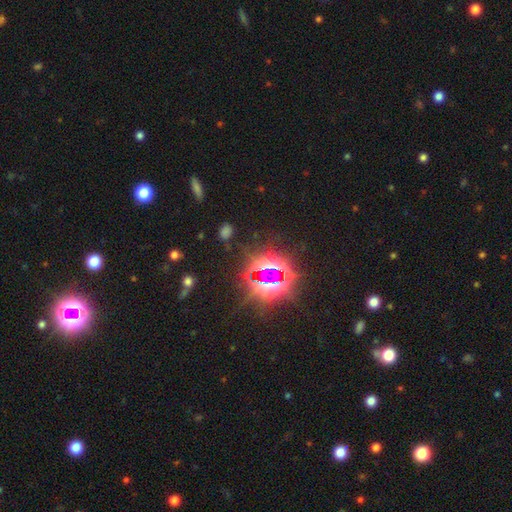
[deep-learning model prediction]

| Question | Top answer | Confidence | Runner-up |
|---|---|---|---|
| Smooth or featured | star or artifact | 67% | smooth (19%) |